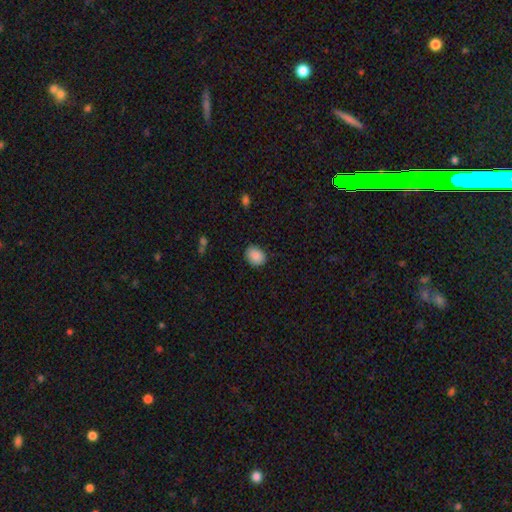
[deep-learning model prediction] Overall: smooth (89%). How rounded: in between (55%; round 44%). Merging: none (83%).